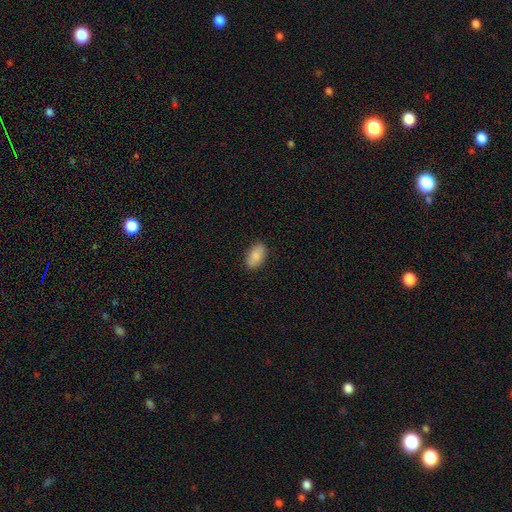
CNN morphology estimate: Smooth or featured? Predicted: smooth (p=0.85). How rounded? Predicted: in between (p=0.92). Merging? Predicted: none (p=0.86).